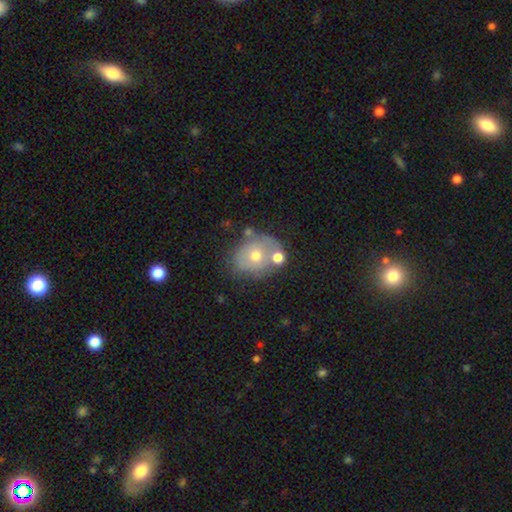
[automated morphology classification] Smooth or featured?
  - smooth: 56% *
  - featured or disk: 34%
  - star or artifact: 10%
How rounded?
  - round: 58% *
  - in between: 41%
  - cigar-shaped: 1%
Merging?
  - none: 49% *
  - merger: 25%
  - minor disturbance: 18%
  - major disturbance: 8%